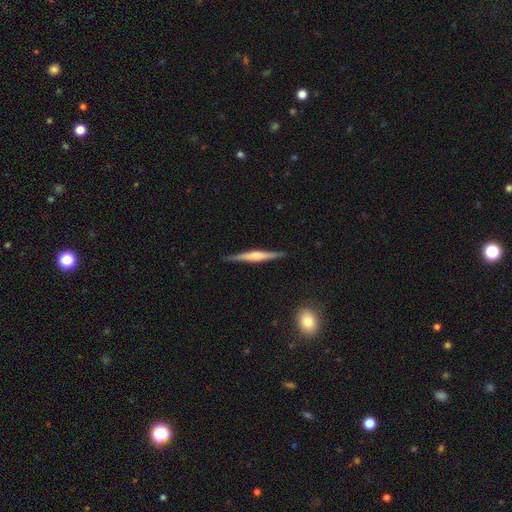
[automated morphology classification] type=featured or disk (71%); edge-on=yes (98%); edge-on bulge=rounded (73%); merging=none (89%).